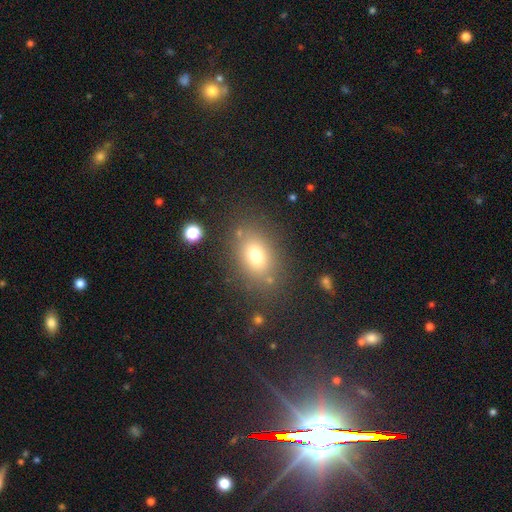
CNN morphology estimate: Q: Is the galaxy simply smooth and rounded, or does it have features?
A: smooth — 73%.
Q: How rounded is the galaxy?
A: in between — 70%.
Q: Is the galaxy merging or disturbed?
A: none — 78%.